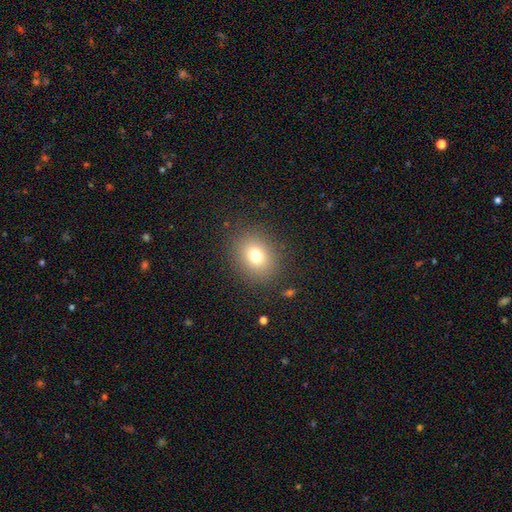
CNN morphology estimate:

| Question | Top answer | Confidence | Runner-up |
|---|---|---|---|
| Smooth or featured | smooth | 75% | star or artifact (14%) |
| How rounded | round | 60% | in between (39%) |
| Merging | none | 86% | minor disturbance (9%) |